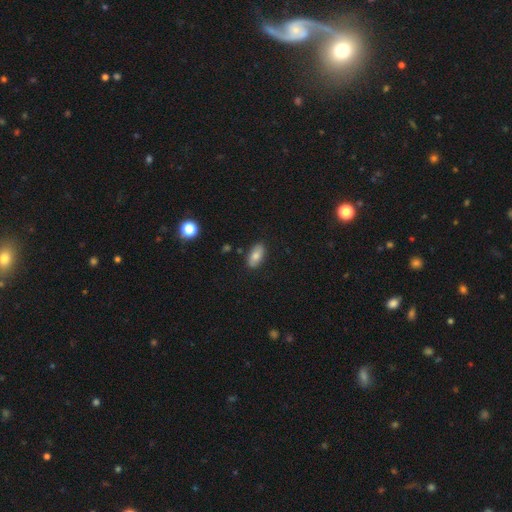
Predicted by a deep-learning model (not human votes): Overall: smooth (76%). How rounded: in between (90%). Merging: none (85%).